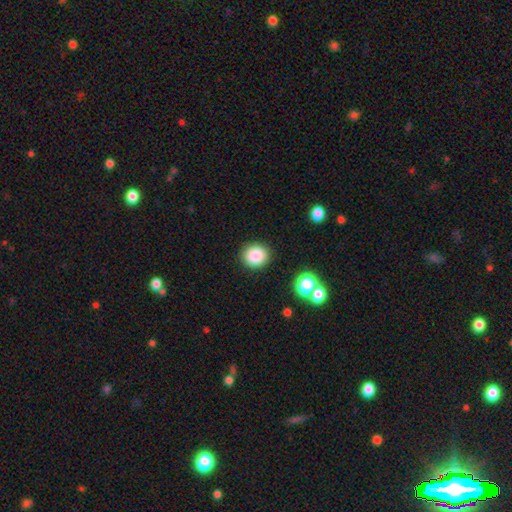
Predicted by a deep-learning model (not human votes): smooth-or-featured: smooth: 85% | star or artifact: 11% | featured or disk: 5%
  how-rounded: round: 83% | in between: 16% | cigar-shaped: 1%
  merging: none: 89% | minor disturbance: 7% | merger: 2% | major disturbance: 2%